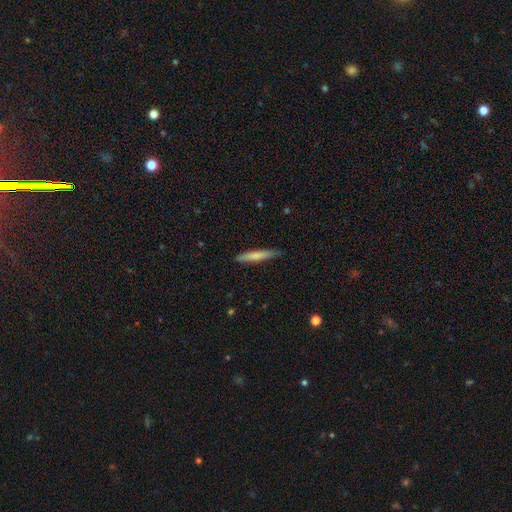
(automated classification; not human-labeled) Smooth or featured?
  - smooth: 73% *
  - featured or disk: 22%
  - star or artifact: 5%
How rounded?
  - cigar-shaped: 93% *
  - in between: 6%
  - round: 1%
Merging?
  - none: 83% *
  - minor disturbance: 14%
  - major disturbance: 2%
  - merger: 1%